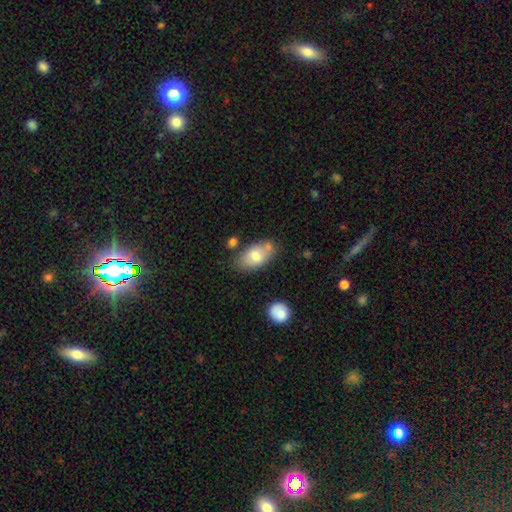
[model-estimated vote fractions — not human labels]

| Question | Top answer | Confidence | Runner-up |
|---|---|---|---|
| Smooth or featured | smooth | 72% | featured or disk (21%) |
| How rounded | in between | 92% | round (6%) |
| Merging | none | 62% | minor disturbance (20%) |